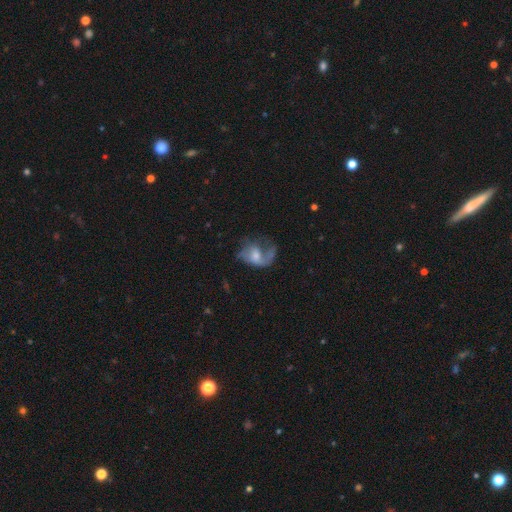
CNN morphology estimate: smooth-or-featured: featured or disk: 61% | smooth: 30% | star or artifact: 9%
  disk-edge-on: no: 97% | yes: 3%
    bar: no: 59% | weak: 34% | strong: 6%
    has-spiral-arms: yes: 75% | no: 25%
    bulge-size: moderate: 46% | small: 30% | none: 12% | large: 11% | dominant: 2%
  merging: major disturbance: 44% | none: 32% | minor disturbance: 20% | merger: 4%